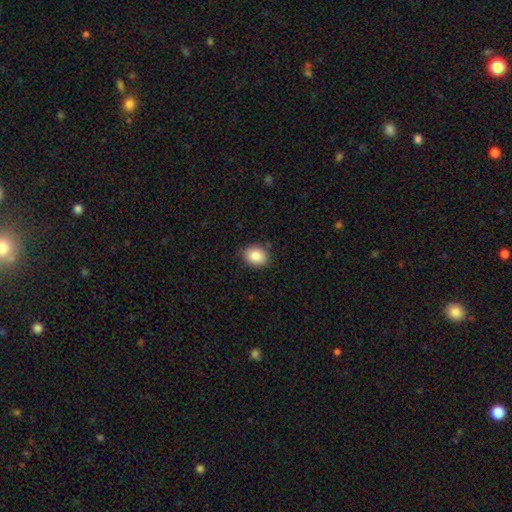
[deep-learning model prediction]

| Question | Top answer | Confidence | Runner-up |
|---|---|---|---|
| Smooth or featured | smooth | 86% | star or artifact (8%) |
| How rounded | in between | 51% | round (48%) |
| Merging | none | 85% | minor disturbance (12%) |